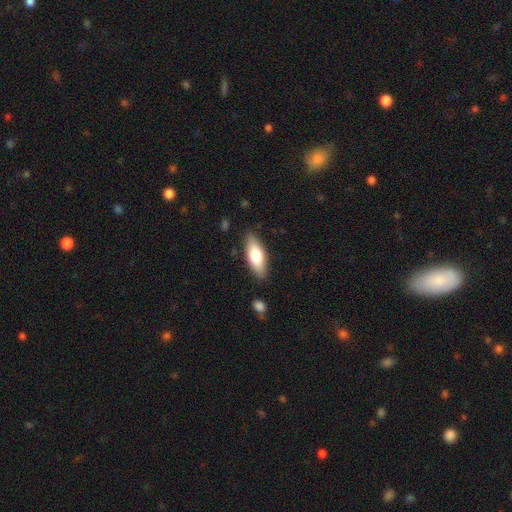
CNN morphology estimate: type=smooth (72%); roundness=in between (68%); merging=none (85%).